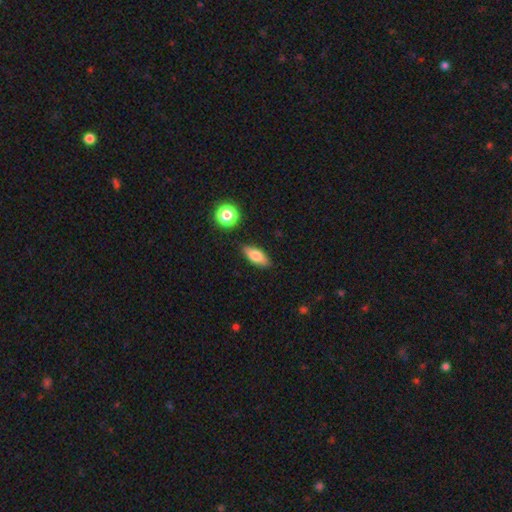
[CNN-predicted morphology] smooth-or-featured: smooth: 76% | featured or disk: 16% | star or artifact: 8%
  how-rounded: in between: 78% | cigar-shaped: 17% | round: 5%
  merging: none: 85% | minor disturbance: 10% | merger: 2% | major disturbance: 2%